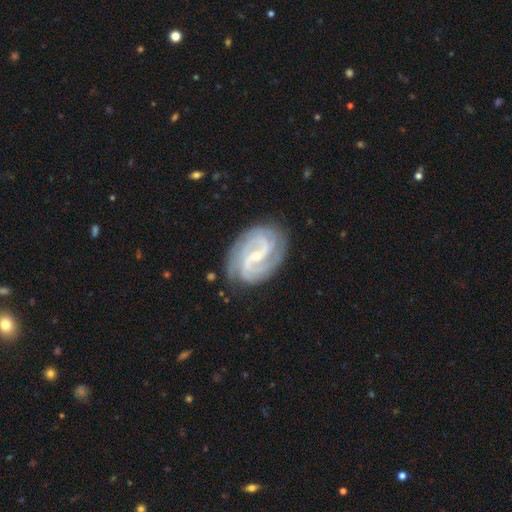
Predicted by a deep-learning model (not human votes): Smooth or featured? featured or disk (91%)
Edge-on disk? no (97%)
Bar? weak (47%)
Spiral arms? yes (98%)
Spiral winding? tight (45%)
Spiral arm count? 2 (55%)
Bulge size? small (71%)
Merging? none (79%)